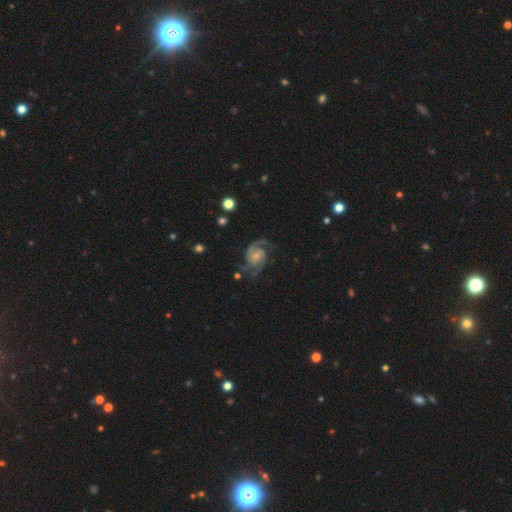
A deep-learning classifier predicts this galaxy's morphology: smooth_or_featured: featured or disk (p=0.89) [alt: smooth p=0.06]
disk_edge_on: no (p=0.98) [alt: yes p=0.02]
bar: no (p=0.60) [alt: weak p=0.33]
has_spiral_arms: yes (p=0.98) [alt: no p=0.02]
spiral_winding: medium (p=0.53) [alt: tight p=0.27]
spiral_arm_count: 2 (p=0.73) [alt: 3 p=0.11]
bulge_size: small (p=0.56) [alt: moderate p=0.29]
merging: none (p=0.66) [alt: minor disturbance p=0.19]